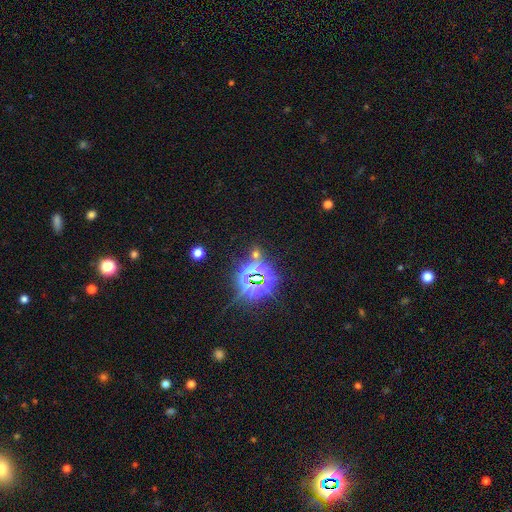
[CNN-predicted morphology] This appears to be a star or artifact, not a galaxy (80%).